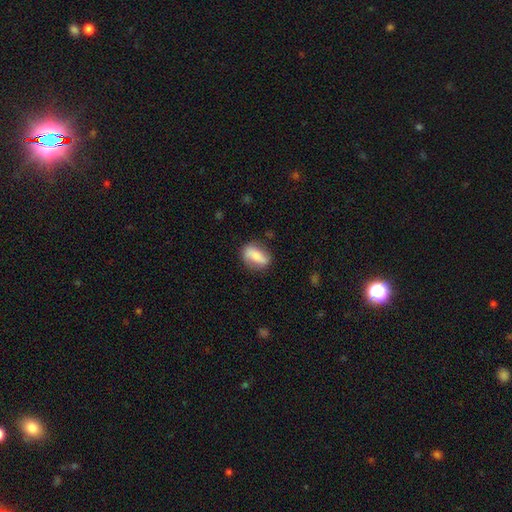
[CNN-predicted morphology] Smooth or featured? Predicted: smooth (p=0.63). How rounded? Predicted: in between (p=0.77). Merging? Predicted: none (p=0.75).